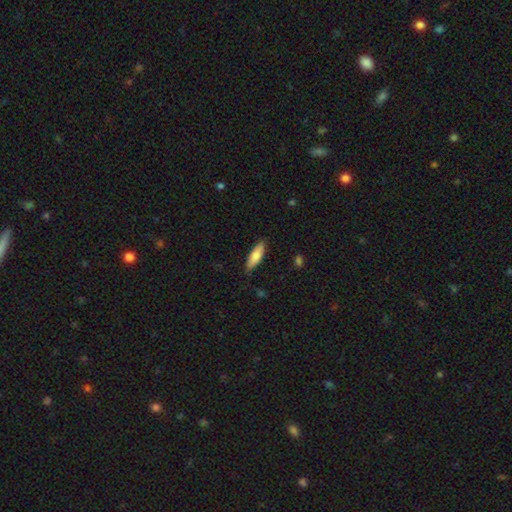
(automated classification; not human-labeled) smooth 80%, featured or disk 15%, star or artifact 6%. Down the decision tree: how rounded — in between (49%, tied with cigar-shaped); merging — none (84%).